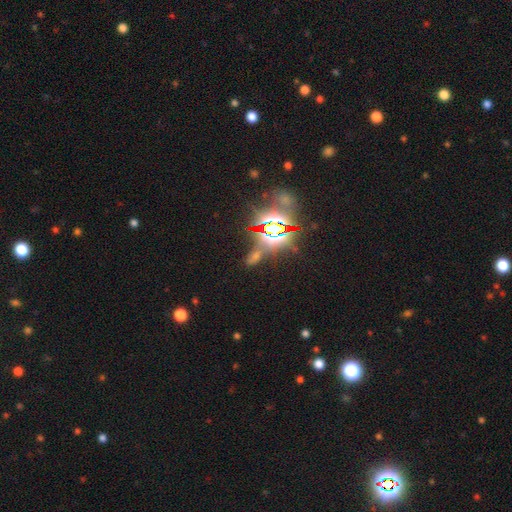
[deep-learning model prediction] A star or artifact, not a galaxy (73%).